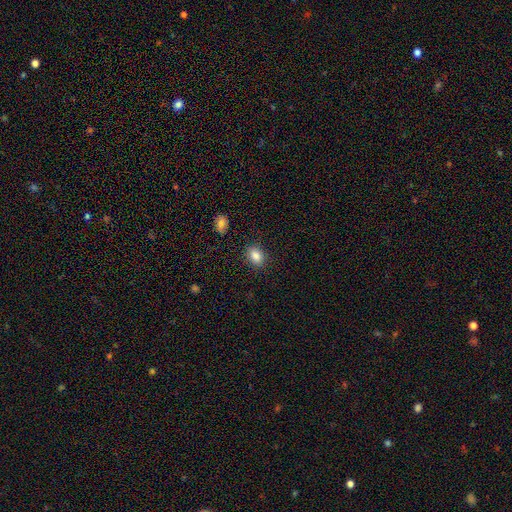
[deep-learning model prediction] smooth 85%, star or artifact 10%, featured or disk 6%. Down the decision tree: how rounded — in between (65%); merging — none (86%).